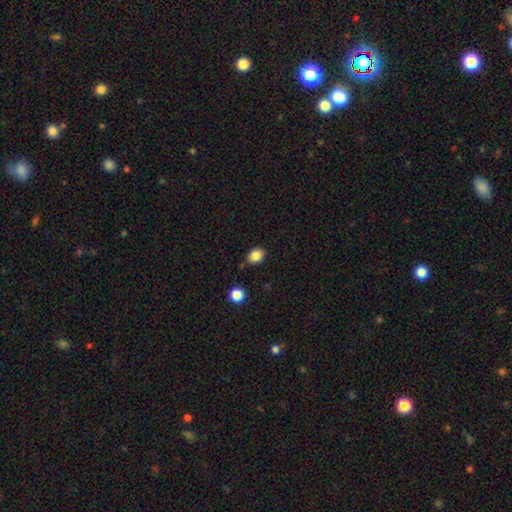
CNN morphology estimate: Smooth or featured?
  - smooth: 85% *
  - star or artifact: 10%
  - featured or disk: 5%
How rounded?
  - in between: 60% *
  - round: 39%
  - cigar-shaped: 1%
Merging?
  - none: 82% *
  - minor disturbance: 11%
  - merger: 4%
  - major disturbance: 3%